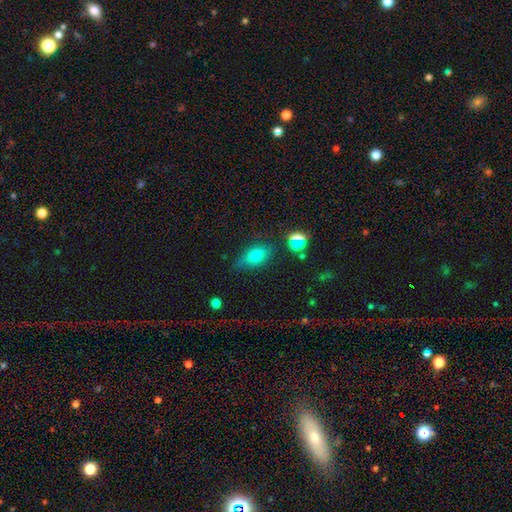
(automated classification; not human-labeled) Smooth or featured? smooth (69%)
How rounded? in between (79%)
Merging? none (71%)